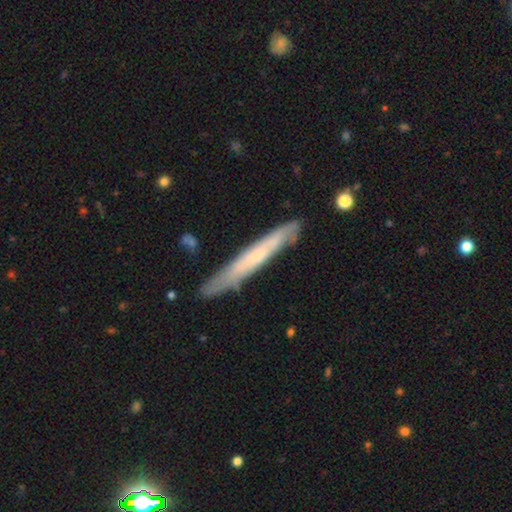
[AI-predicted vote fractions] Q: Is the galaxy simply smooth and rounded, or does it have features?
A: smooth — 47%, tied with featured or disk.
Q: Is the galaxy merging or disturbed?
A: none — 82%.